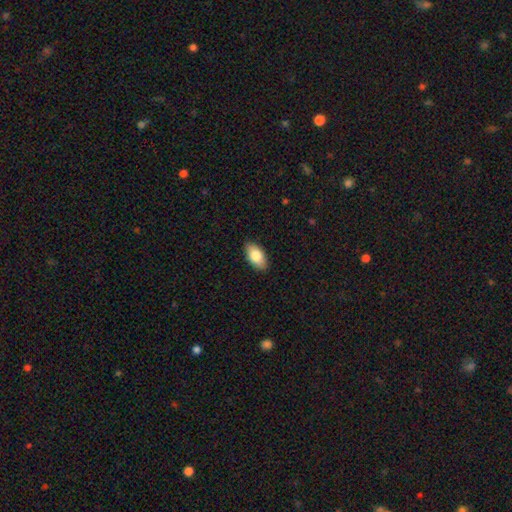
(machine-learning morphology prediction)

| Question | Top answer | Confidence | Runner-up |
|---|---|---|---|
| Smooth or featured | smooth | 82% | featured or disk (12%) |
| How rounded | in between | 94% | round (3%) |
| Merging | none | 89% | minor disturbance (8%) |